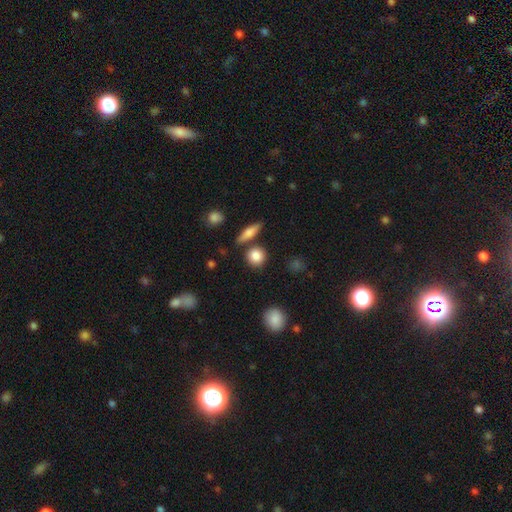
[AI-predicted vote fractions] Q: Smooth or featured?
A: smooth (85%); runner-up: star or artifact (8%)
Q: How rounded?
A: round (84%); runner-up: in between (13%)
Q: Merging?
A: none (79%); runner-up: minor disturbance (10%)